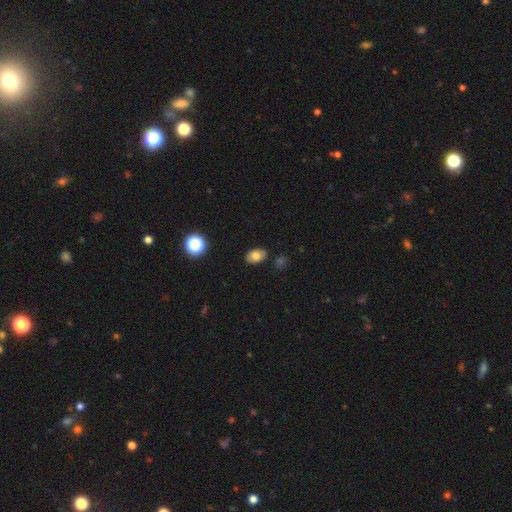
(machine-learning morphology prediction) Smooth or featured?
  - smooth: 75% *
  - featured or disk: 15%
  - star or artifact: 10%
How rounded?
  - in between: 86% *
  - round: 13%
  - cigar-shaped: 1%
Merging?
  - none: 86% *
  - minor disturbance: 10%
  - merger: 2%
  - major disturbance: 2%